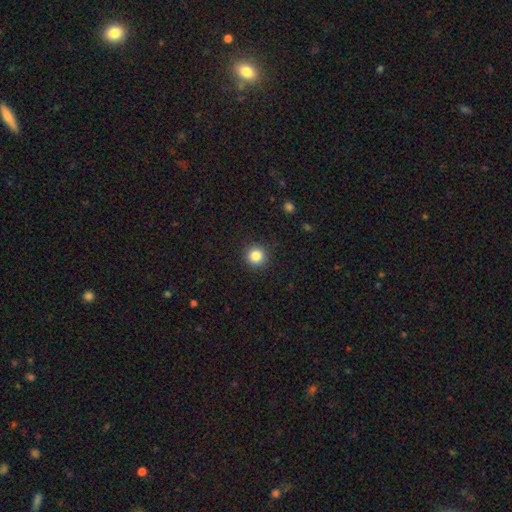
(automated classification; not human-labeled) Overall: smooth (85%). How rounded: round (95%). Merging: none (91%).